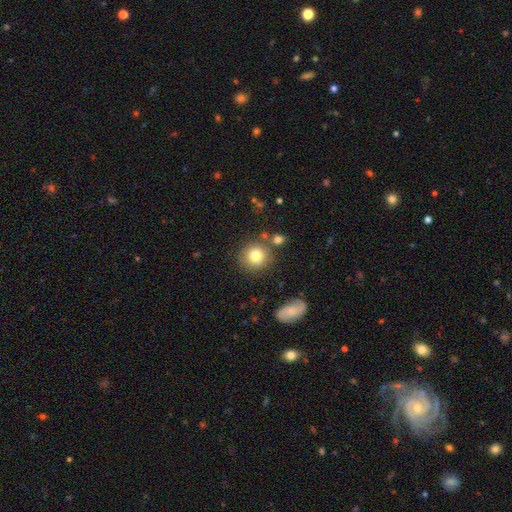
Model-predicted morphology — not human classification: Q: Smooth or featured?
A: smooth (79%); runner-up: featured or disk (10%)
Q: How rounded?
A: round (91%); runner-up: in between (9%)
Q: Merging?
A: none (79%); runner-up: minor disturbance (10%)